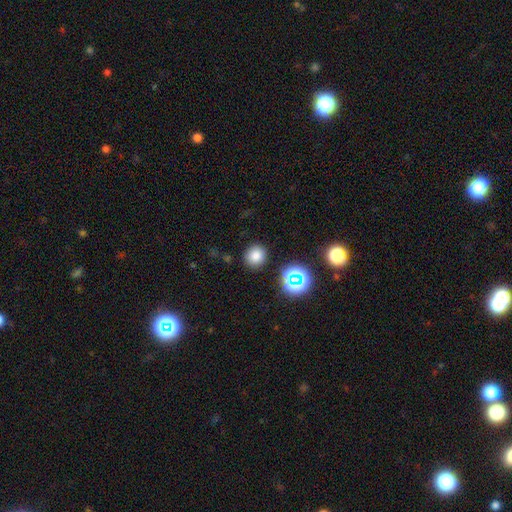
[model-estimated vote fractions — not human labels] smooth 77%, star or artifact 17%, featured or disk 6%. Down the decision tree: how rounded — round (87%); merging — none (87%).